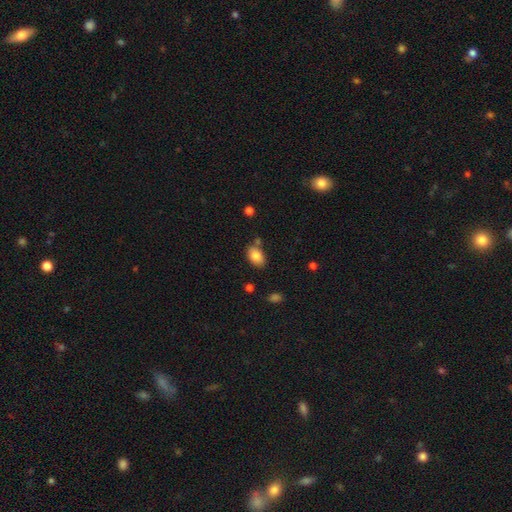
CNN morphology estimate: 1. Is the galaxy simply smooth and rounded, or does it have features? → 85% smooth, 8% star or artifact, 7% featured or disk.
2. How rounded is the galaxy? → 86% in between, 12% round, 1% cigar-shaped.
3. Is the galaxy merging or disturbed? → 73% none, 15% minor disturbance, 9% merger, 4% major disturbance.